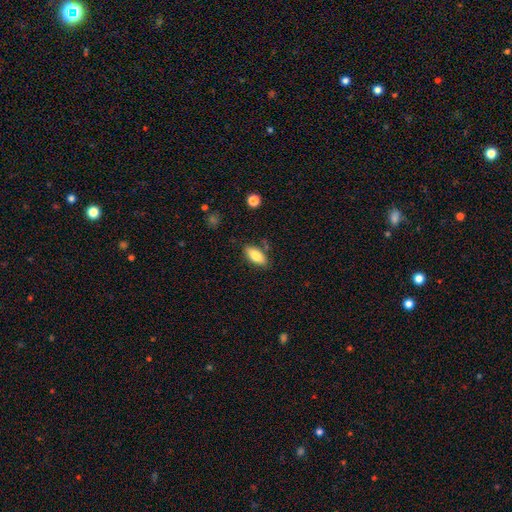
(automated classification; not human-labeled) Morphology: type=smooth (82%); roundness=in between (84%); merging=none (82%).